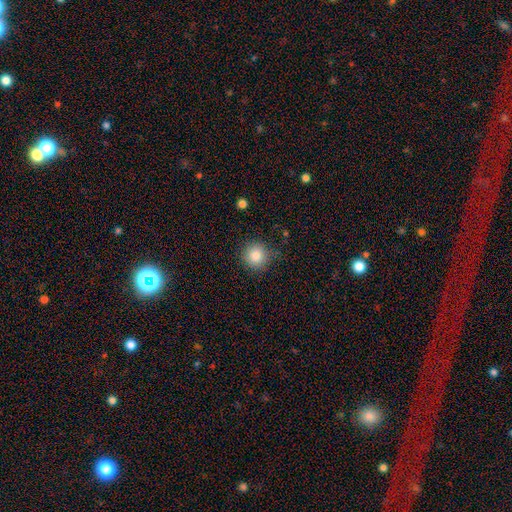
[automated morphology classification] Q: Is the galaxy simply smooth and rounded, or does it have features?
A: smooth — 84%.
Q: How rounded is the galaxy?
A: round — 93%.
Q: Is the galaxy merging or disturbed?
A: none — 84%.